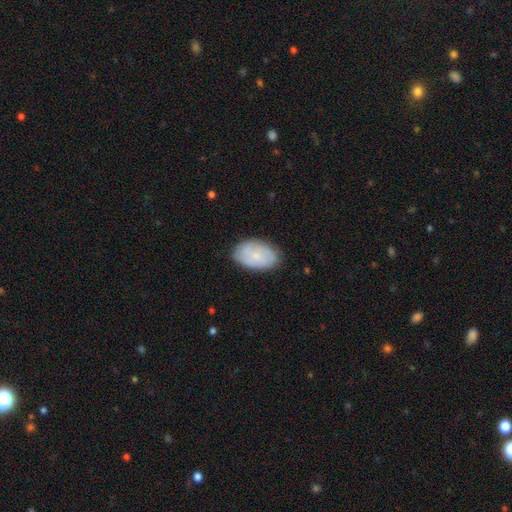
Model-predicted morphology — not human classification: type=smooth (67%); roundness=in between (93%); merging=none (81%).